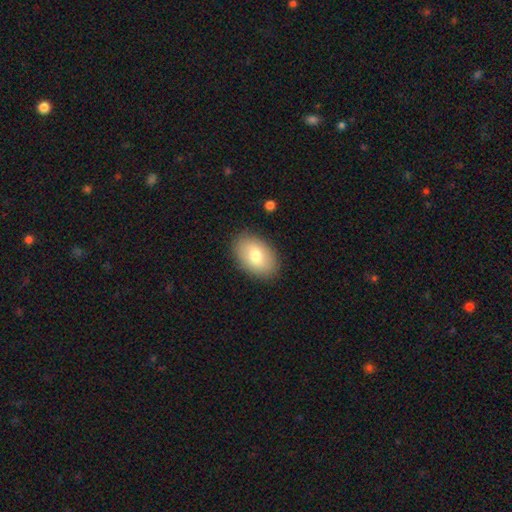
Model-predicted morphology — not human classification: smooth-or-featured: smooth: 76% | featured or disk: 17% | star or artifact: 7%
  how-rounded: in between: 88% | round: 10% | cigar-shaped: 1%
  merging: none: 87% | minor disturbance: 10% | major disturbance: 3% | merger: 1%